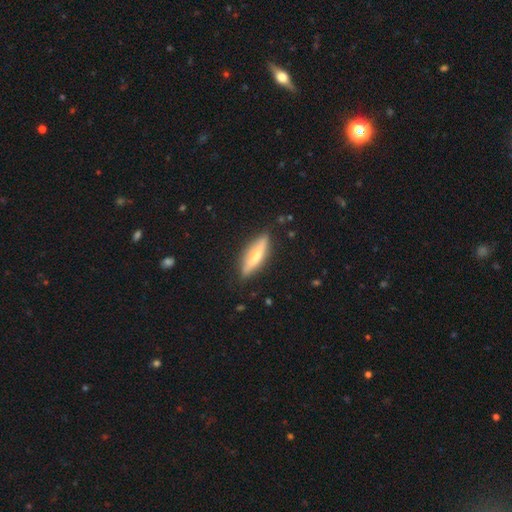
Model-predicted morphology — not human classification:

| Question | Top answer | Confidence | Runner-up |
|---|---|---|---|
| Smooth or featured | featured or disk | 48% | smooth (45%) |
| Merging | none | 84% | minor disturbance (12%) |